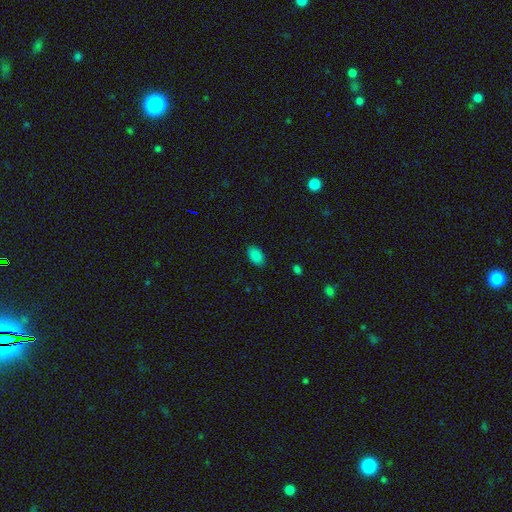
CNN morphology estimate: Smooth or featured? Predicted: smooth (p=0.86). How rounded? Predicted: in between (p=0.92). Merging? Predicted: none (p=0.86).